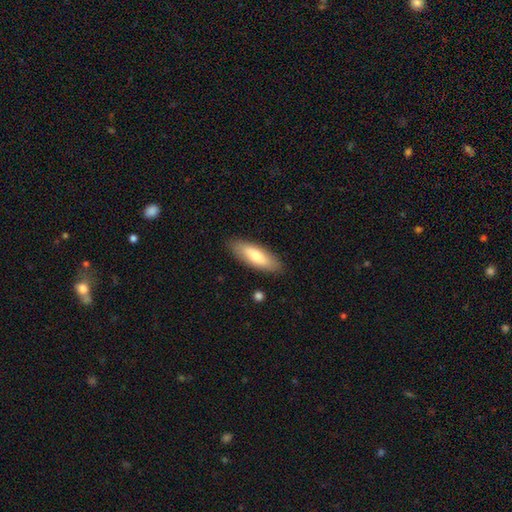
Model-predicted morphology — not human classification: smooth 71%, featured or disk 23%, star or artifact 6%. Down the decision tree: how rounded — in between (60%); merging — none (88%).